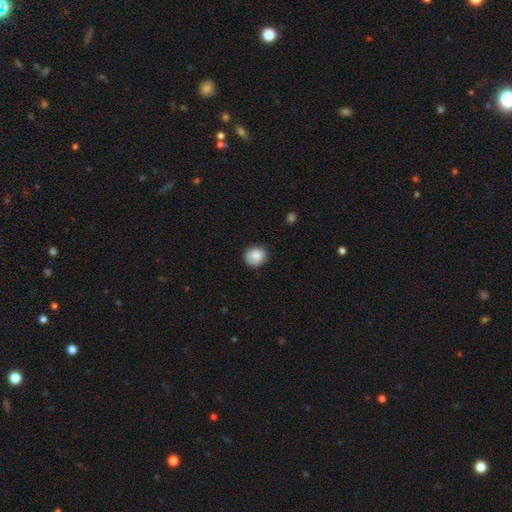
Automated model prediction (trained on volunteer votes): This appears to be a smooth galaxy with no disk features (85%) that is round (76%). Merging: none (77%).